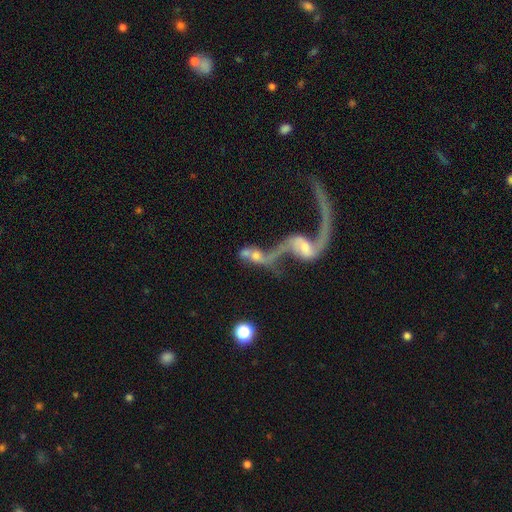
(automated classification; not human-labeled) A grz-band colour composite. It shows a featured or disk galaxy (63%) with no bar (56%), spiral arms (62%) and a moderate central bulge (32%). Merging: merger (68%).